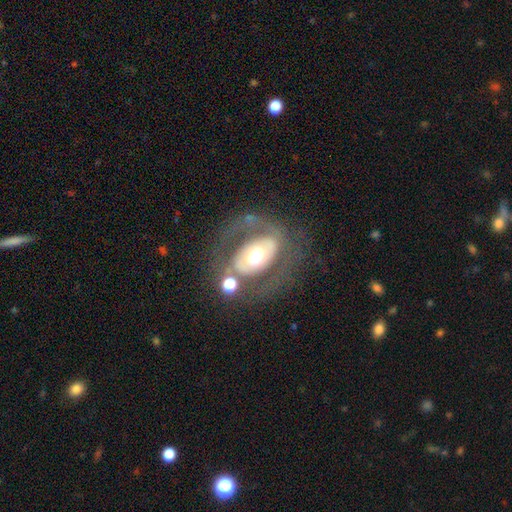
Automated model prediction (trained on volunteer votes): The model was most divided on "bulge size": moderate: 52%, large: 35%, dominant: 8%, small: 4%, none: 1%. More confident: edge-on disk — no (92%); bar — no (78%); spiral arms — no (74%); merging — none (64%); smooth or featured — featured or disk (61%).